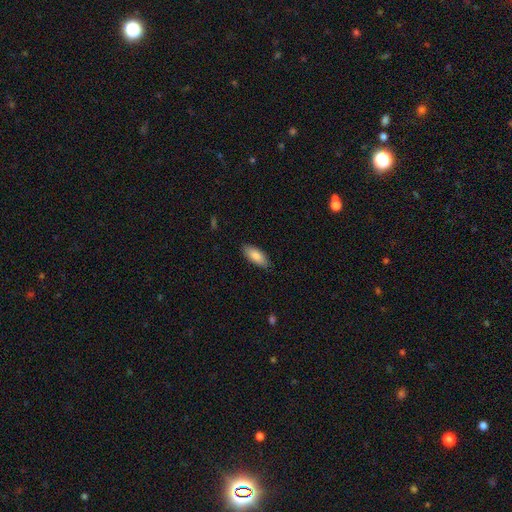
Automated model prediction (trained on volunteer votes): smooth_or_featured: smooth (p=0.83) [alt: featured or disk p=0.11]
how_rounded: in between (p=0.80) [alt: cigar-shaped p=0.18]
merging: none (p=0.87) [alt: minor disturbance p=0.10]